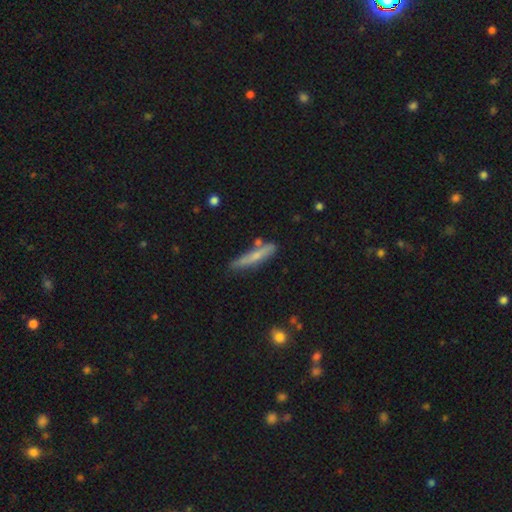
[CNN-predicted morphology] smooth-or-featured: smooth: 57% | featured or disk: 36% | star or artifact: 7%
  how-rounded: cigar-shaped: 90% | in between: 8% | round: 2%
  merging: none: 71% | minor disturbance: 18% | merger: 7% | major disturbance: 4%